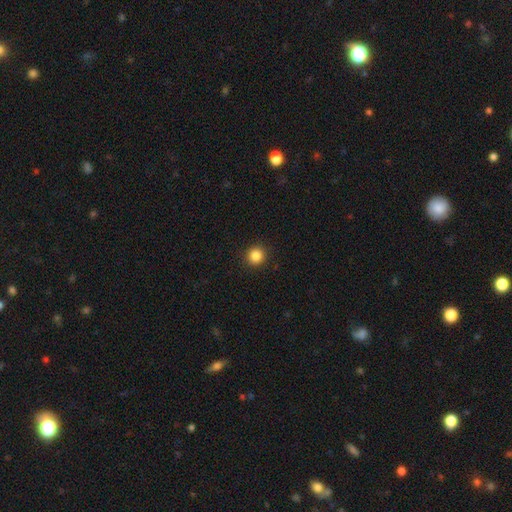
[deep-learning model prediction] smooth_or_featured: smooth (p=0.85) [alt: star or artifact p=0.11]
how_rounded: round (p=0.93) [alt: in between p=0.06]
merging: none (p=0.92) [alt: minor disturbance p=0.05]